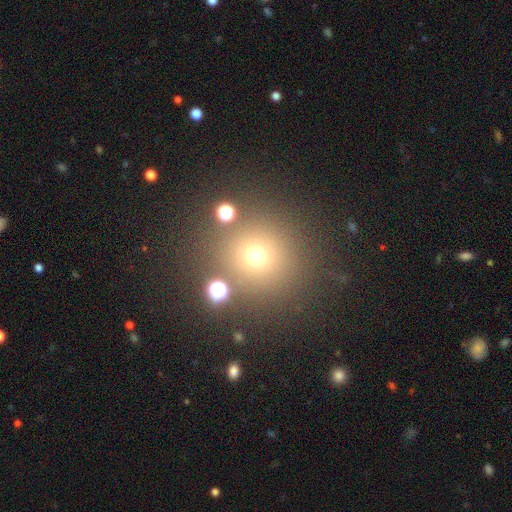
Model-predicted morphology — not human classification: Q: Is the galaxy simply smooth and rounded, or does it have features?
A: smooth — 62%.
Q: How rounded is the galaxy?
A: round — 92%.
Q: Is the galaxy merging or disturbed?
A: none — 81%.